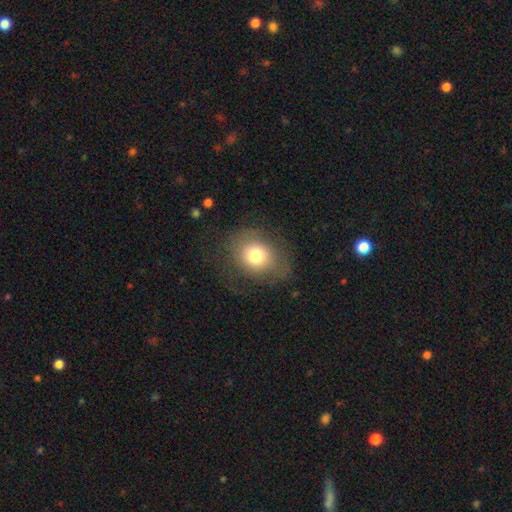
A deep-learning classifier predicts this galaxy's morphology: This appears to be a smooth galaxy with no disk features (72%) that is round (60%). Merging: none (67%).